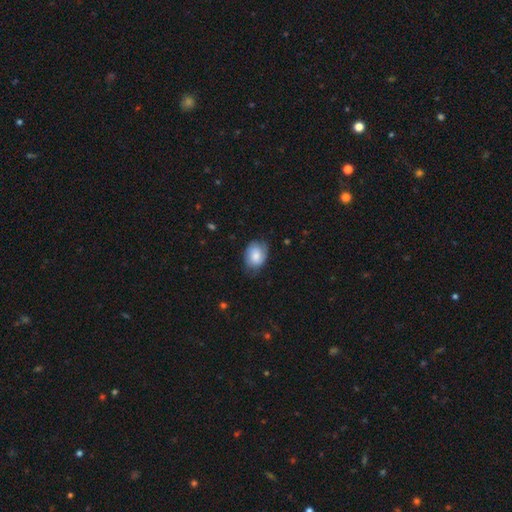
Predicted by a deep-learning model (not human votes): Overall: smooth (72%). How rounded: in between (68%; round 31%). Merging: none (65%; minor disturbance 27%).